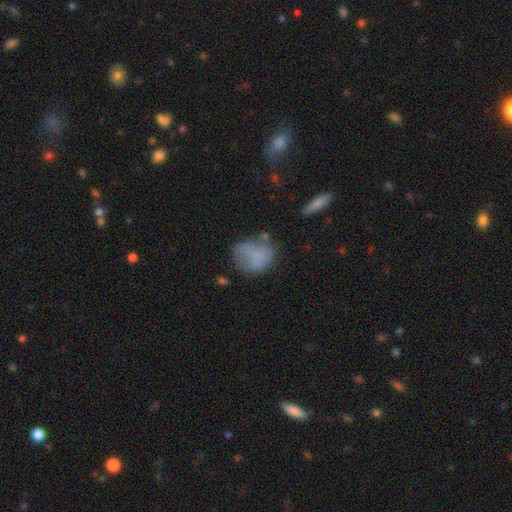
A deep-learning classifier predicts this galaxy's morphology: This appears to be a smooth galaxy with no disk features (71%) that is round (52%). Merging: none (45%).